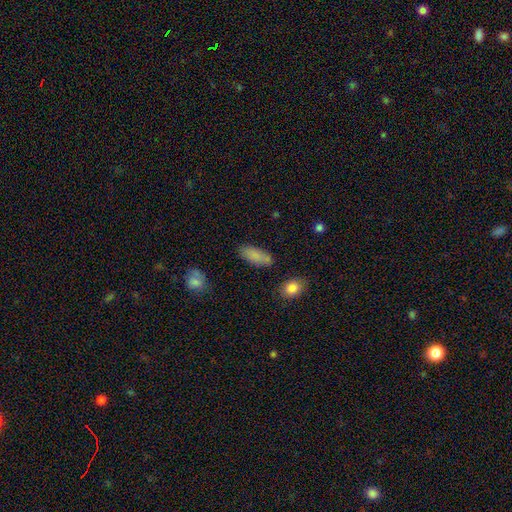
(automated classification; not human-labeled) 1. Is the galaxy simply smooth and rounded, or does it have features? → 85% smooth, 8% star or artifact, 7% featured or disk.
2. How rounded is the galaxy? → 81% in between, 16% cigar-shaped, 3% round.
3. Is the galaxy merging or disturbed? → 77% none, 14% minor disturbance, 5% merger, 4% major disturbance.